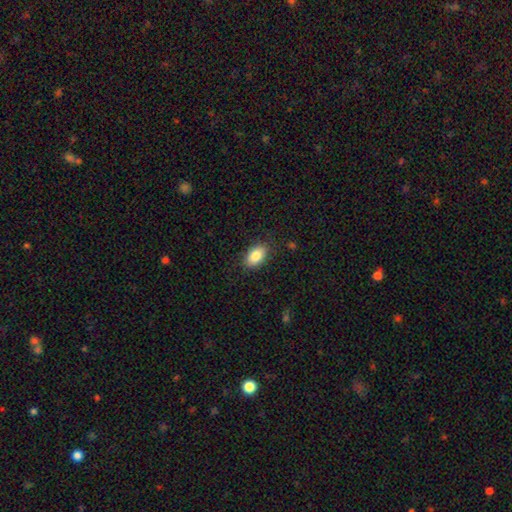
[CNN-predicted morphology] The model was most divided on "merging": none: 85%, minor disturbance: 11%, major disturbance: 3%, merger: 1%. More confident: how rounded — in between (91%); smooth or featured — smooth (85%).